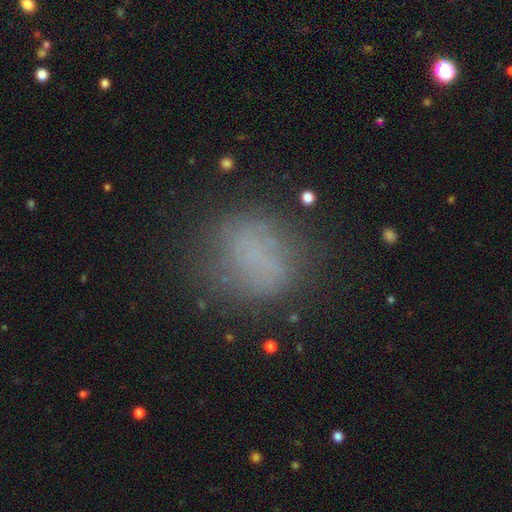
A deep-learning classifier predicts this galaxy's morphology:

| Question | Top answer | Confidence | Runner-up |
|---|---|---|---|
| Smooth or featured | smooth | 63% | star or artifact (19%) |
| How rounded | round | 54% | in between (44%) |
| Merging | none | 70% | minor disturbance (18%) |